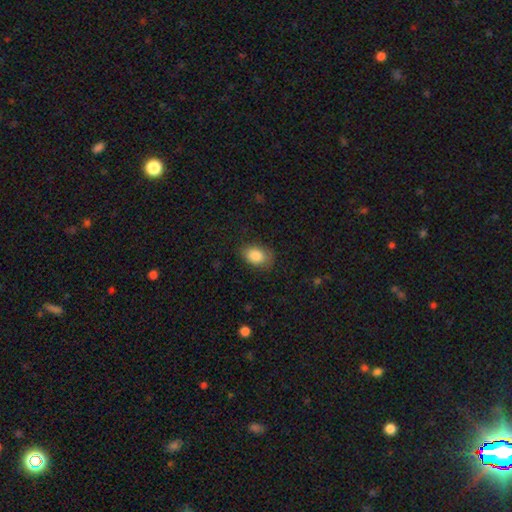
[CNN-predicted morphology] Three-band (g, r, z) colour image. It shows a smooth galaxy with no disk features (87%) that is in between round and cigar-shaped (82%). Merging: none (74%).